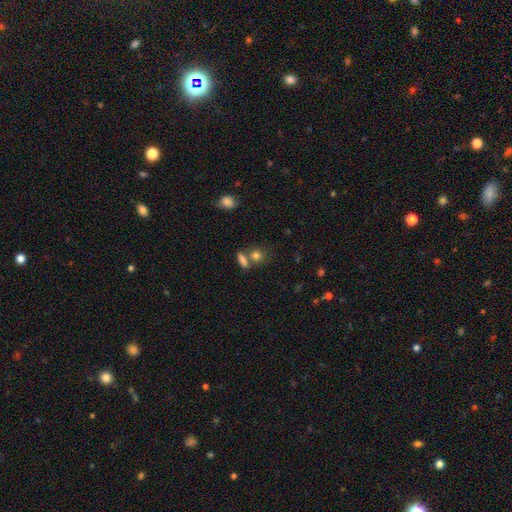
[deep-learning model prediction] This is likely a smooth galaxy (80%). How rounded: likely round (62%). Merging: possibly none (56%).